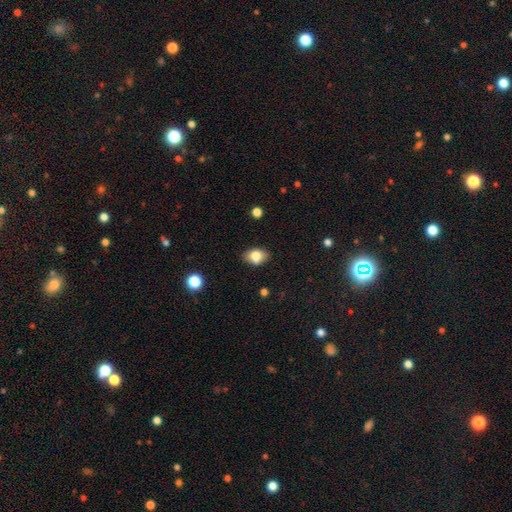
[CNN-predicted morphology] smooth-or-featured: smooth: 77% | featured or disk: 13% | star or artifact: 9%
  how-rounded: in between: 79% | round: 20% | cigar-shaped: 2%
  merging: none: 73% | minor disturbance: 19% | merger: 4% | major disturbance: 4%